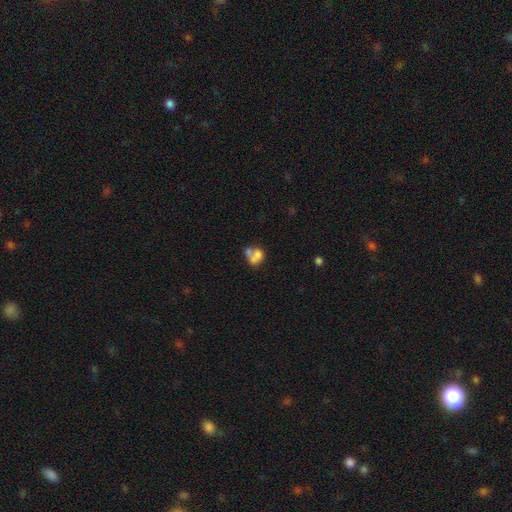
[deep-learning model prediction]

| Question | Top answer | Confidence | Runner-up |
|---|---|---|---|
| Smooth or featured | smooth | 60% | featured or disk (30%) |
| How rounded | in between | 51% | round (48%) |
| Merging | merger | 57% | none (22%) |